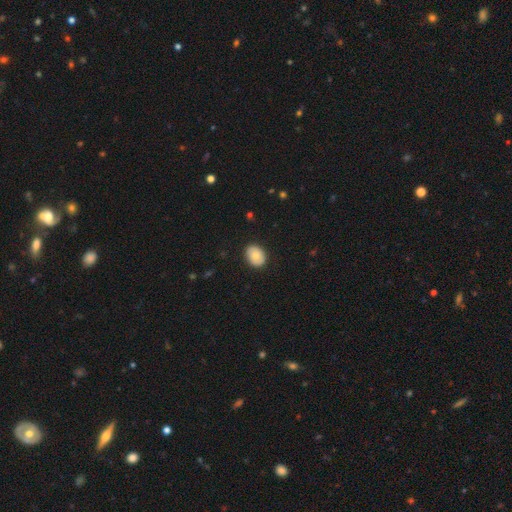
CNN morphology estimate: Q: Smooth or featured?
A: smooth (79%); runner-up: featured or disk (14%)
Q: How rounded?
A: in between (65%); runner-up: round (34%)
Q: Merging?
A: none (87%); runner-up: minor disturbance (10%)